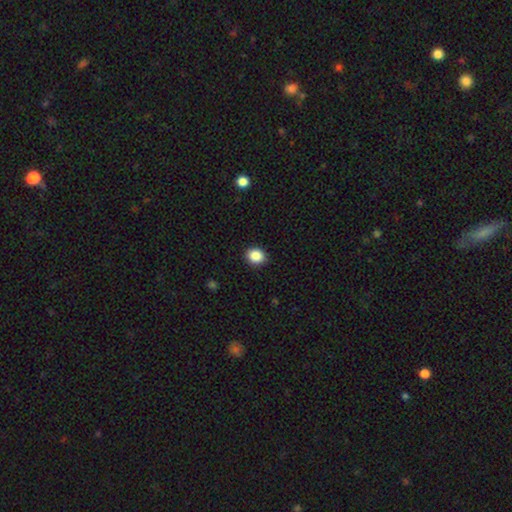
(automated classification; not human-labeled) smooth 87%, star or artifact 9%, featured or disk 3%. Down the decision tree: how rounded — round (68%); merging — none (90%).